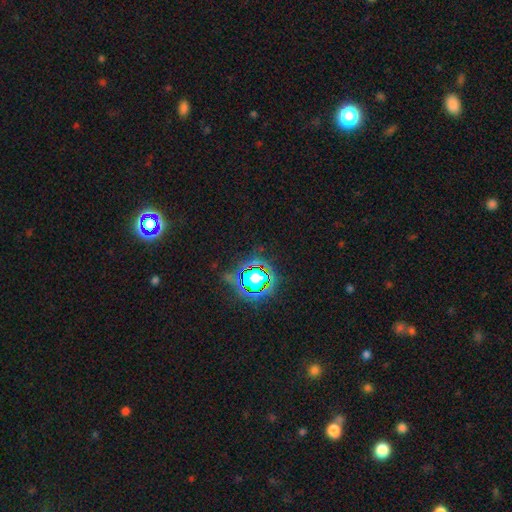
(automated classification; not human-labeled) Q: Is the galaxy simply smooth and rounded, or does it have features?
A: star or artifact — 81%.